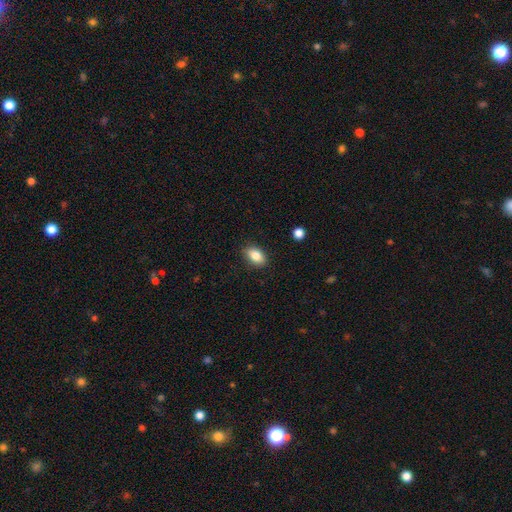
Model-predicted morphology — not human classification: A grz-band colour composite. It shows a smooth galaxy with no disk features (84%) that is in between round and cigar-shaped (88%). Merging: none (85%).